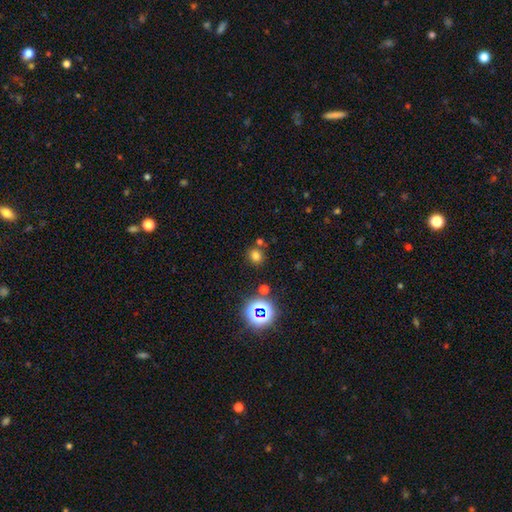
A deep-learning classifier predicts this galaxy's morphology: Smooth or featured: smooth — 70% (star or artifact — 23%)
How rounded: round — 83% (in between — 16%)
Merging: none — 77% (merger — 11%)